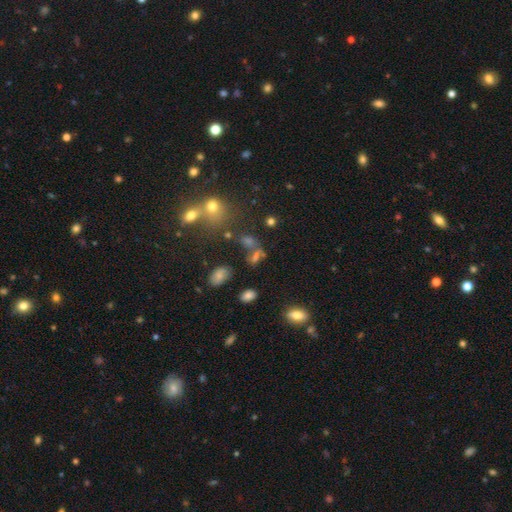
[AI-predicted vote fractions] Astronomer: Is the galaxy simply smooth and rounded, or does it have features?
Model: smooth — 52% (runner-up: star or artifact, 30%).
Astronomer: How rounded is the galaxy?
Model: in between — 68%.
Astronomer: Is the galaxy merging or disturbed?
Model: none — 45% (runner-up: merger, 28%).